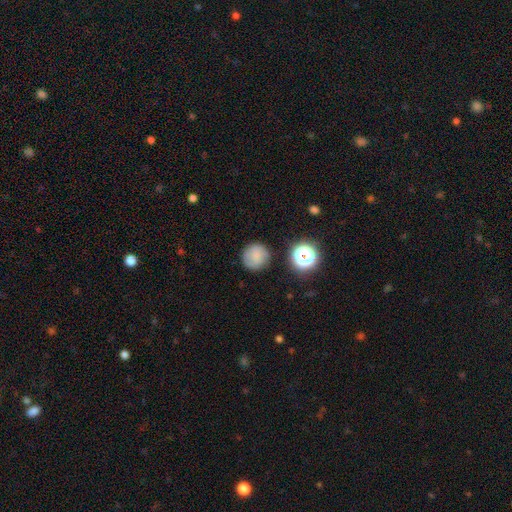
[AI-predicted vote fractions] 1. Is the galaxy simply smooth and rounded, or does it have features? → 74% smooth, 13% featured or disk, 13% star or artifact.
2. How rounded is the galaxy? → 93% round, 6% in between, 1% cigar-shaped.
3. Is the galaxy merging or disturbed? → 82% none, 11% minor disturbance, 4% major disturbance, 2% merger.